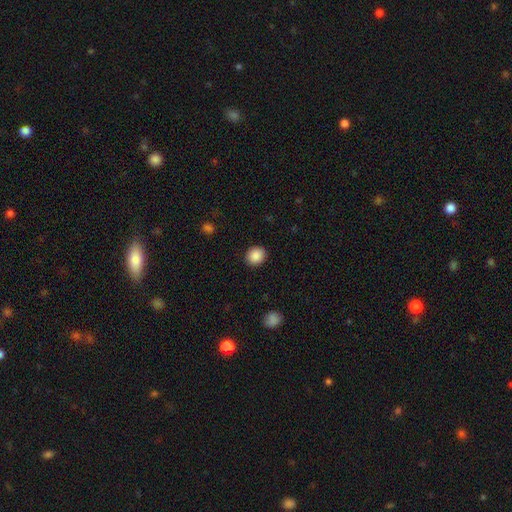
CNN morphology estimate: type=smooth (89%); roundness=round (76%); merging=none (91%).